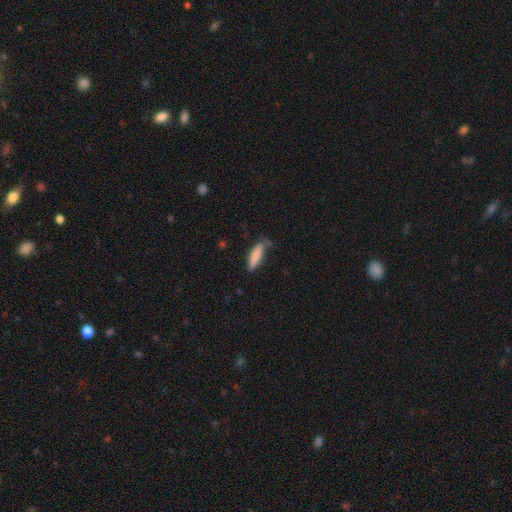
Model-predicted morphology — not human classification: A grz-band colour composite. It shows a smooth galaxy with no disk features (83%) that is cigar-shaped (72%). Merging: none (57%).